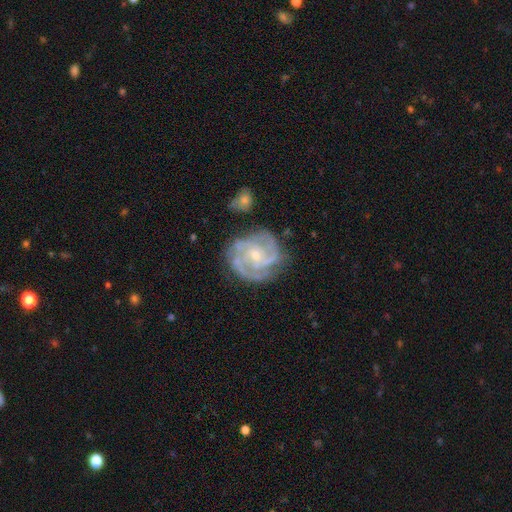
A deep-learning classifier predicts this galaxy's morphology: A featured or disk galaxy (88%) with no bar (62%), 3 (39%) tight (59%) spiral arms (97%) and a small central bulge (68%). Merging: none (70%).